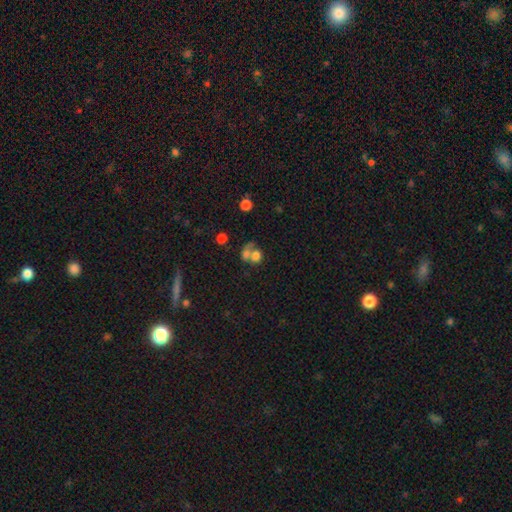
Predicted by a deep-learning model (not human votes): Smooth or featured?
  - smooth: 60% *
  - featured or disk: 24%
  - star or artifact: 17%
How rounded?
  - round: 63% *
  - in between: 36%
  - cigar-shaped: 2%
Merging?
  - merger: 56% *
  - none: 26%
  - major disturbance: 10%
  - minor disturbance: 8%